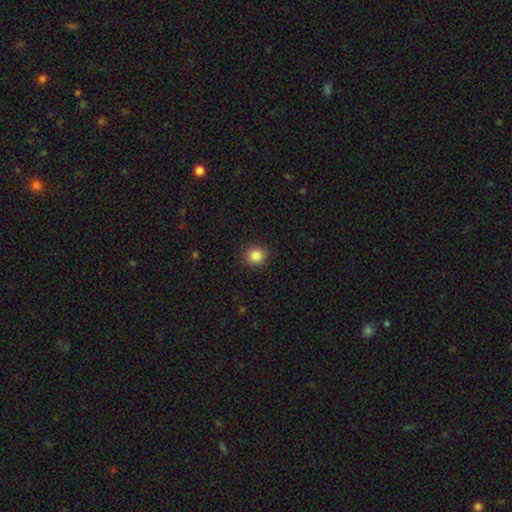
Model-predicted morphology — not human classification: type=smooth (86%); roundness=round (85%); merging=none (89%).